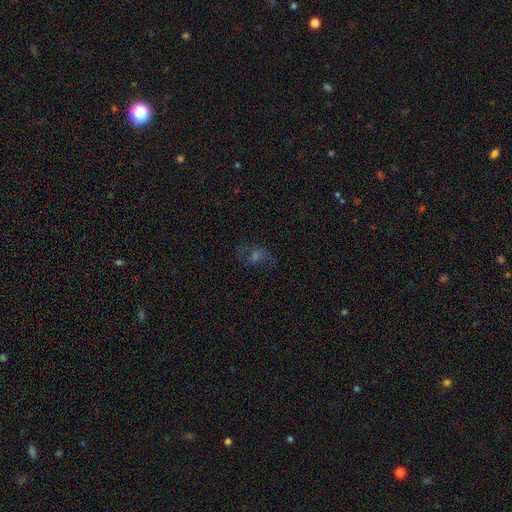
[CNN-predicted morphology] Smooth or featured: featured or disk — 51% (star or artifact — 25%)
Edge-on disk: no — 95% (yes — 5%)
Merging: none — 67% (minor disturbance — 17%)